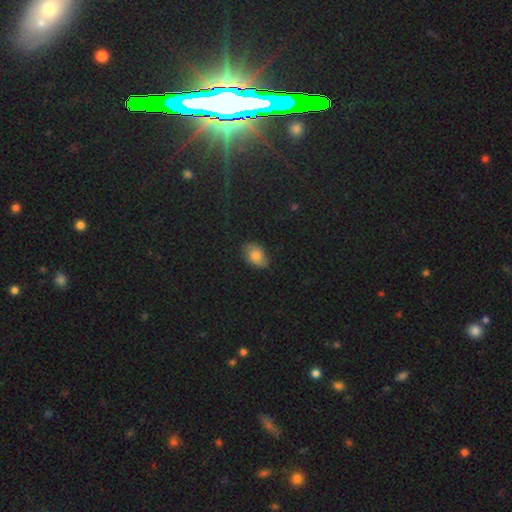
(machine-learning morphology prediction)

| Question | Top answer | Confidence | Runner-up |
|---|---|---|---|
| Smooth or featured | smooth | 76% | featured or disk (13%) |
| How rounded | in between | 86% | round (13%) |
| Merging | none | 79% | minor disturbance (17%) |